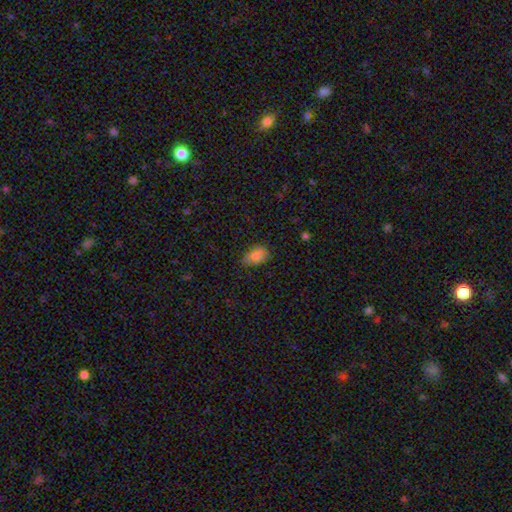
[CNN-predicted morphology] smooth 77%, featured or disk 13%, star or artifact 9%. Down the decision tree: how rounded — in between (87%); merging — none (69%).